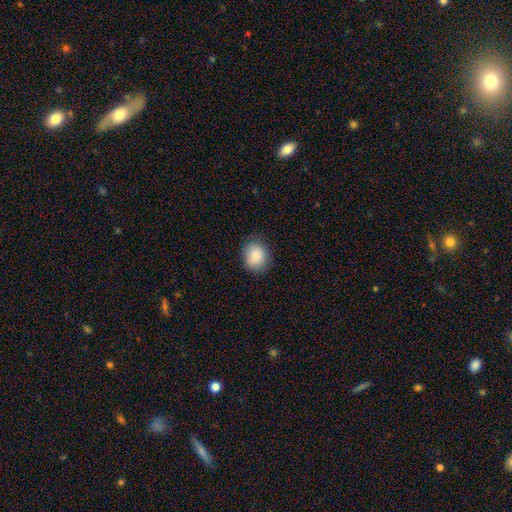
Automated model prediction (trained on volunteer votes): Smooth or featured? smooth (87%)
How rounded? round (63%)
Merging? none (81%)